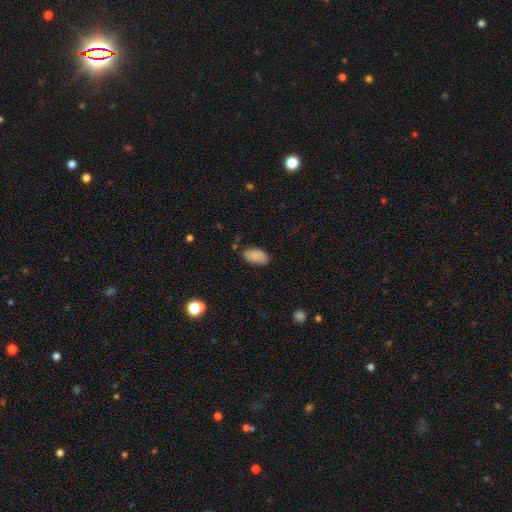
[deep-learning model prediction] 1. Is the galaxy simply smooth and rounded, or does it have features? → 87% smooth, 8% star or artifact, 5% featured or disk.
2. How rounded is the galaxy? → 94% in between, 3% round, 2% cigar-shaped.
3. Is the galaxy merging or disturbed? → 75% none, 18% minor disturbance, 4% major disturbance, 3% merger.